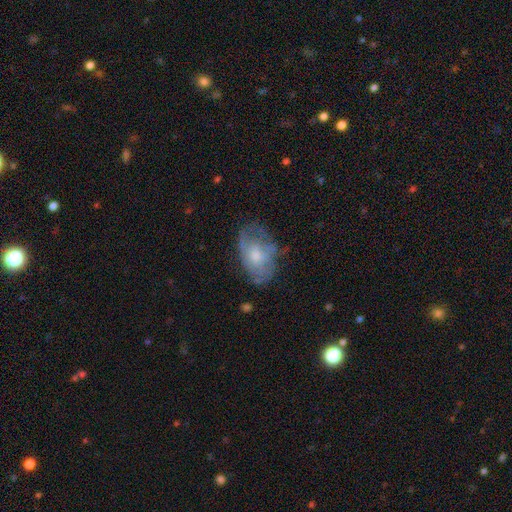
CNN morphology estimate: This is possibly a featured or disk galaxy (53%). It is clearly not viewed edge-on (95%). Bar: likely no (80%). Spiral arm pattern: possibly yes (55%). Central bulge: possibly moderate (50%). Merging: possibly none (56%).